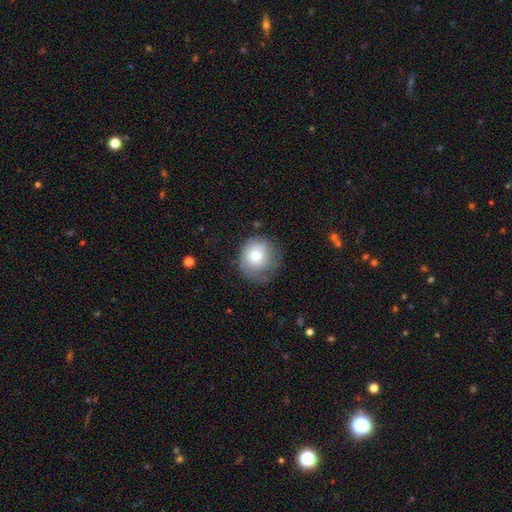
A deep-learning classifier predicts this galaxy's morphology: Q: Smooth or featured?
A: smooth (74%); runner-up: featured or disk (18%)
Q: How rounded?
A: round (85%); runner-up: in between (14%)
Q: Merging?
A: none (54%); runner-up: minor disturbance (29%)